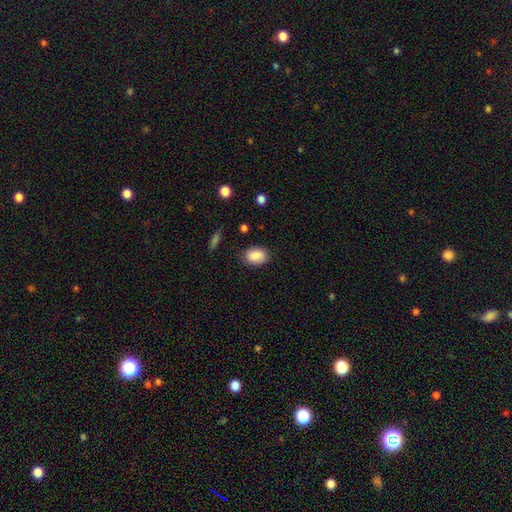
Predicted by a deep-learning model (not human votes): This is clearly a smooth galaxy (87%). How rounded: likely in between (79%). Merging: clearly none (82%).